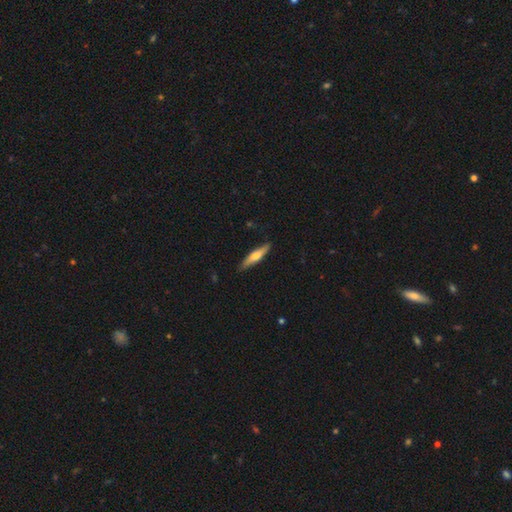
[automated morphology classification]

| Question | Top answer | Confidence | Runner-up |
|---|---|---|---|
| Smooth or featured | smooth | 53% | featured or disk (41%) |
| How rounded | cigar-shaped | 85% | in between (13%) |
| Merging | none | 84% | minor disturbance (13%) |